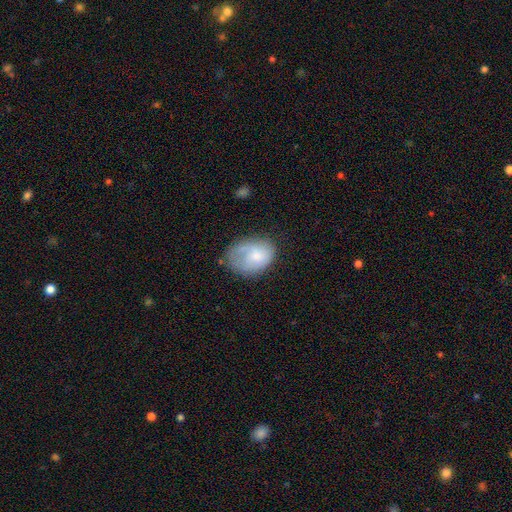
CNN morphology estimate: Q: Smooth or featured?
A: smooth (61%); runner-up: featured or disk (31%)
Q: How rounded?
A: in between (69%); runner-up: round (30%)
Q: Merging?
A: none (43%); runner-up: minor disturbance (32%)